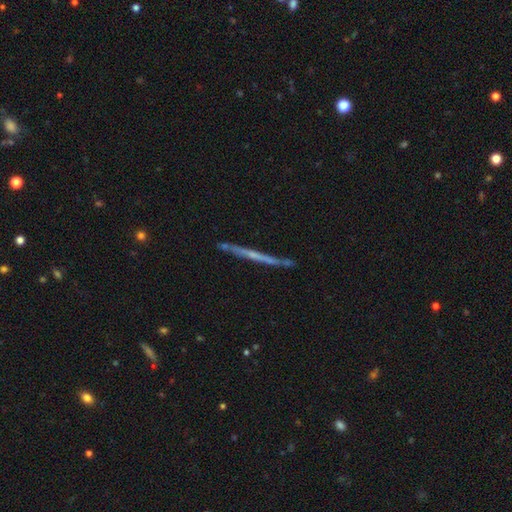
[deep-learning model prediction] A featured or disk galaxy (64%) viewed edge-on (96%) with no central bulge (79%). Merging: none (83%).